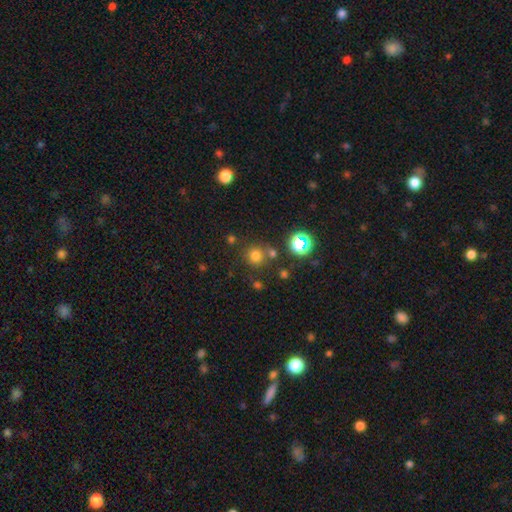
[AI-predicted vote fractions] Smooth or featured? smooth (70%)
How rounded? round (91%)
Merging? none (75%)